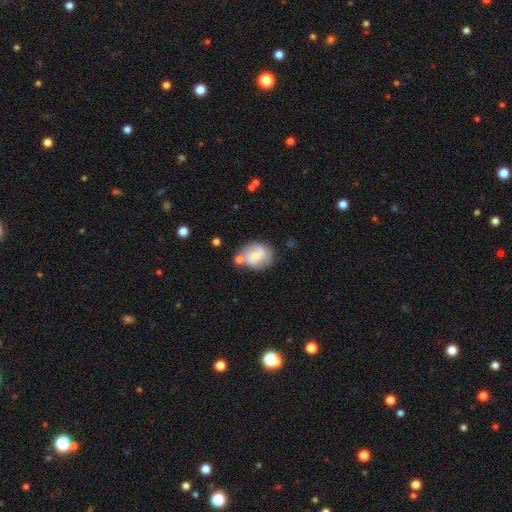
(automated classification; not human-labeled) This appears to be a smooth galaxy with no disk features (50%) that is round (50%). Merging: none (53%).